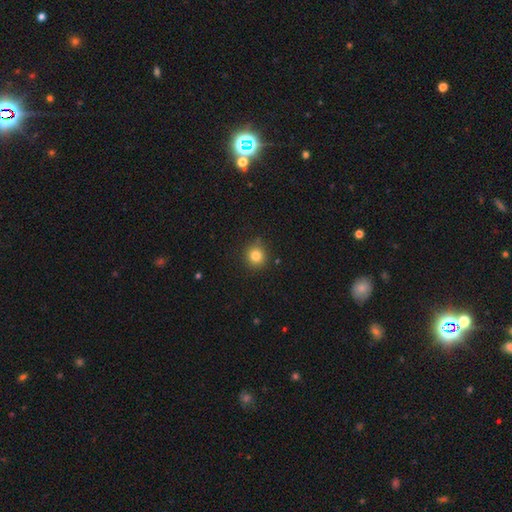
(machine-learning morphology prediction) Smooth or featured: smooth — 83% (star or artifact — 12%)
How rounded: round — 90% (in between — 9%)
Merging: none — 87% (minor disturbance — 9%)